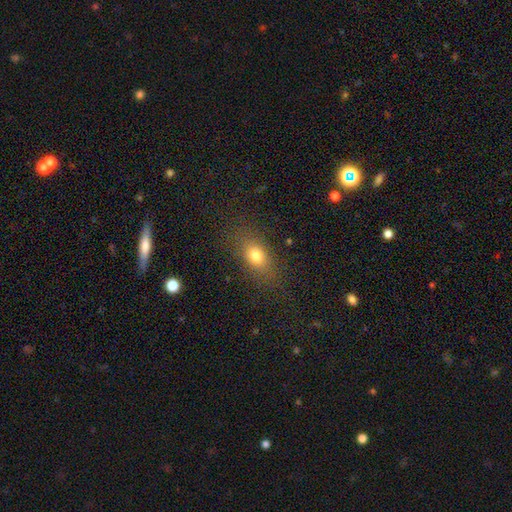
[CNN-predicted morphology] This appears to be a smooth galaxy with no disk features (77%) that is in between round and cigar-shaped (76%). Merging: none (79%).